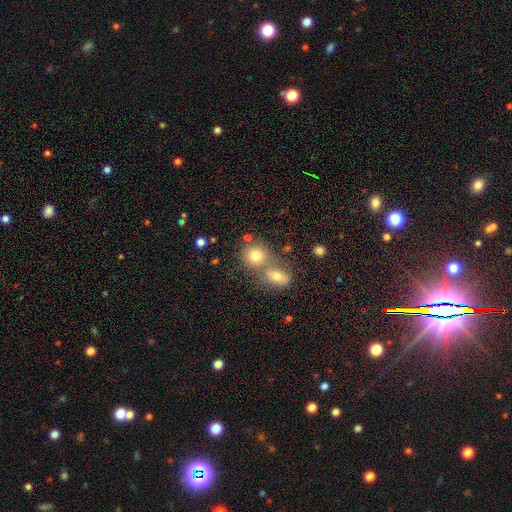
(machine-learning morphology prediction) Smooth or featured? smooth (76%)
How rounded? round (78%)
Merging? merger (45%)